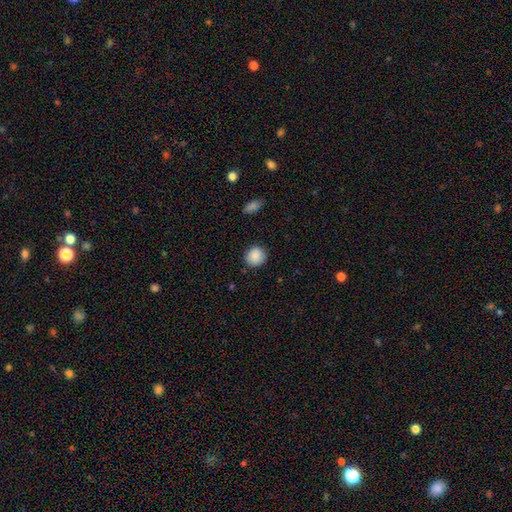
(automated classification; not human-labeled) The model was most divided on "how rounded": round: 88%, in between: 11%, cigar-shaped: 1%. More confident: smooth or featured — smooth (89%); merging — none (87%).